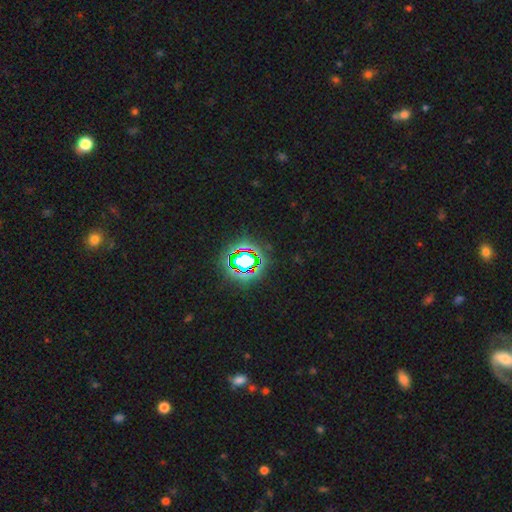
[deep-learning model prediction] A star or artifact, not a galaxy (80%).